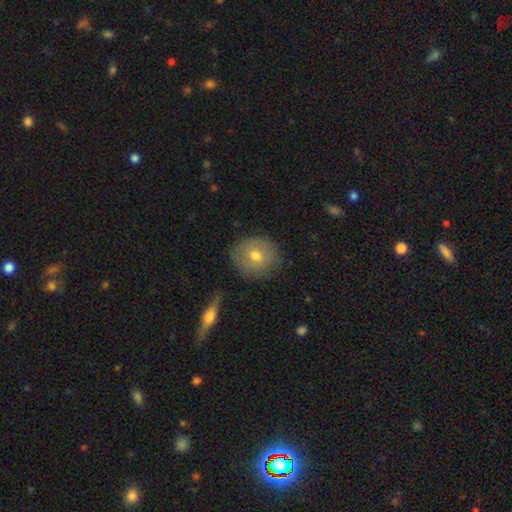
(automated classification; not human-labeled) Smooth or featured?
  - smooth: 68% *
  - featured or disk: 24%
  - star or artifact: 8%
How rounded?
  - round: 82% *
  - in between: 17%
  - cigar-shaped: 1%
Merging?
  - none: 82% *
  - minor disturbance: 13%
  - major disturbance: 3%
  - merger: 2%